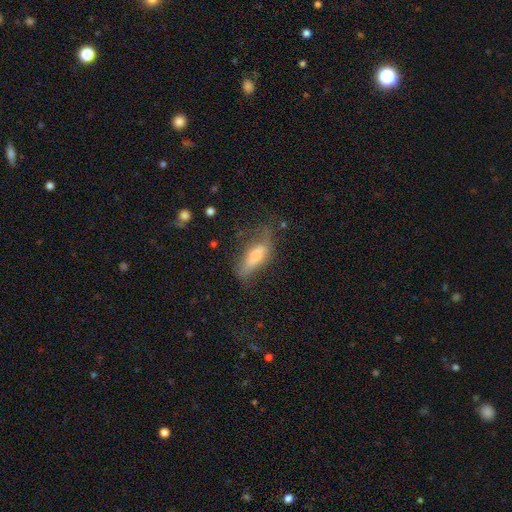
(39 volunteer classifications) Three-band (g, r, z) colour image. It shows a smooth galaxy with no disk features (69%) that is in between round and cigar-shaped (52%). Merging: none (62%).